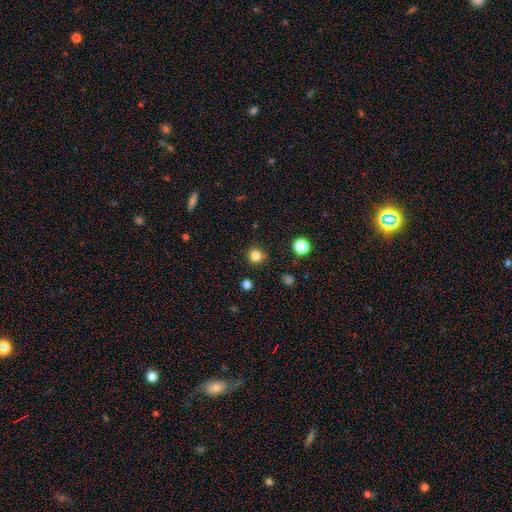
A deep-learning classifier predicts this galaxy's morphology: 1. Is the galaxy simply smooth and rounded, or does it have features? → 81% smooth, 14% star or artifact, 5% featured or disk.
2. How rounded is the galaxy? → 94% round, 5% in between, 1% cigar-shaped.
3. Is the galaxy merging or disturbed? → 89% none, 7% minor disturbance, 2% major disturbance, 2% merger.